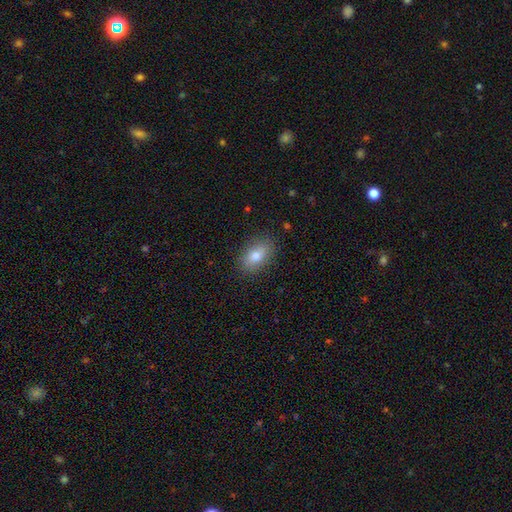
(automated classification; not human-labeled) Smooth or featured? Predicted: smooth (p=0.80). How rounded? Predicted: in between (p=0.87). Merging? Predicted: none (p=0.86).